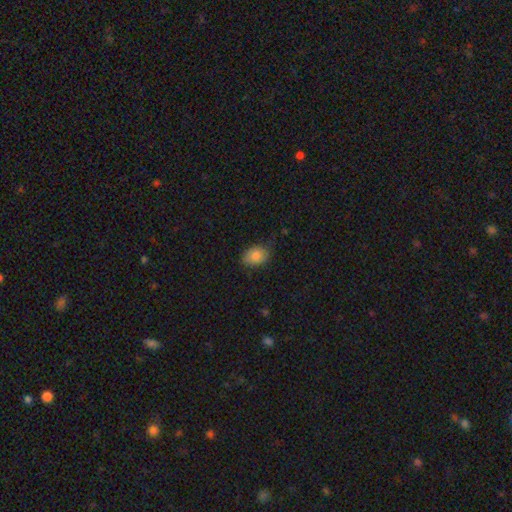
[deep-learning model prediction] The model was most divided on "merging": none: 72%, minor disturbance: 22%, major disturbance: 4%, merger: 1%. More confident: smooth or featured — smooth (86%); how rounded — in between (79%).